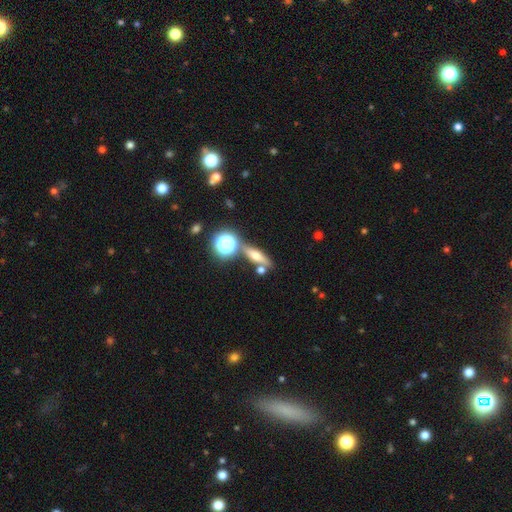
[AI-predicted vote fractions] This is marginally a smooth galaxy (44%). Merging: likely none (74%).